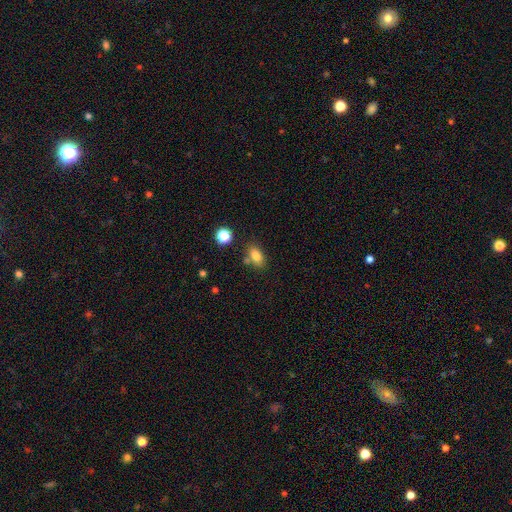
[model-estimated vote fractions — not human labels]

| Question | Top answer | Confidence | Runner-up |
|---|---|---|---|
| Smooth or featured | smooth | 81% | star or artifact (11%) |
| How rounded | in between | 83% | round (14%) |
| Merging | none | 70% | minor disturbance (14%) |